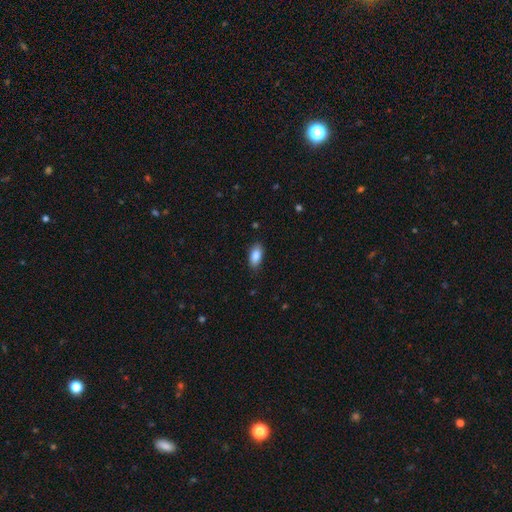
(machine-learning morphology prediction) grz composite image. It shows a smooth galaxy with no disk features (86%) that is in between round and cigar-shaped (91%). Merging: none (85%).